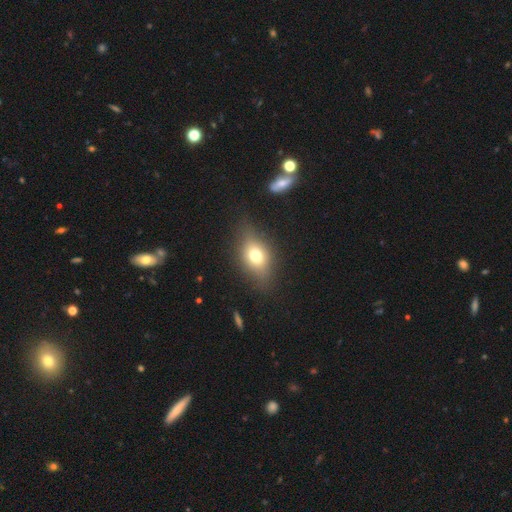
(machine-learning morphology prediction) Overall: smooth (67%). How rounded: in between (70%). Merging: none (74%).